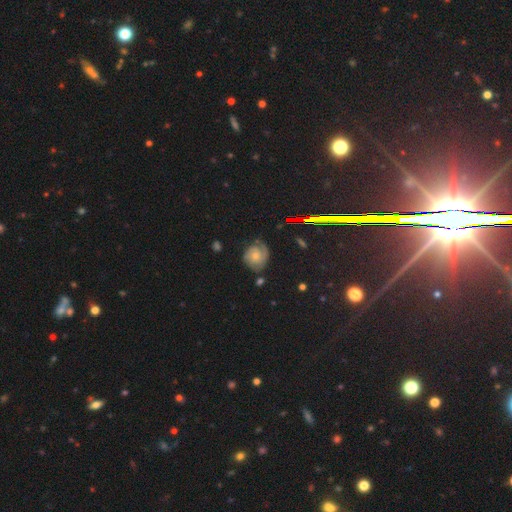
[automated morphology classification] A featured or disk galaxy (62%) with no bar (76%), 2 (45%) tight (57%) spiral arms (91%) and a small central bulge (54%). Merging: none (64%).